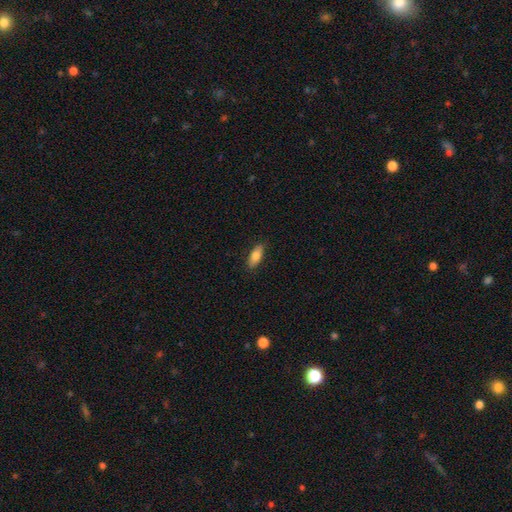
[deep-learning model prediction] The model was most divided on "how rounded": in between: 79%, cigar-shaped: 18%, round: 2%. More confident: merging — none (87%); smooth or featured — smooth (78%).